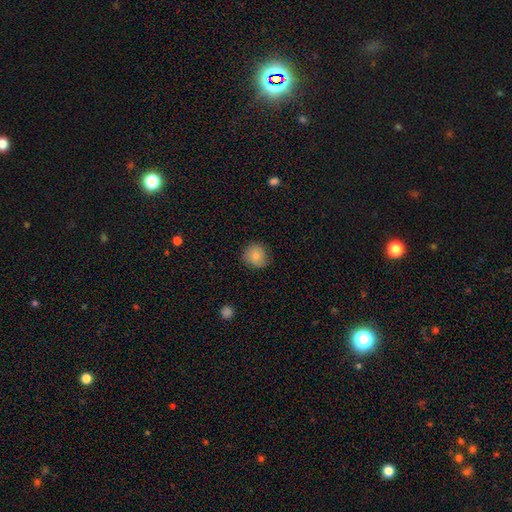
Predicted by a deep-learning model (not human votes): Smooth or featured? Predicted: smooth (p=0.82). How rounded? Predicted: round (p=0.84). Merging? Predicted: none (p=0.78).